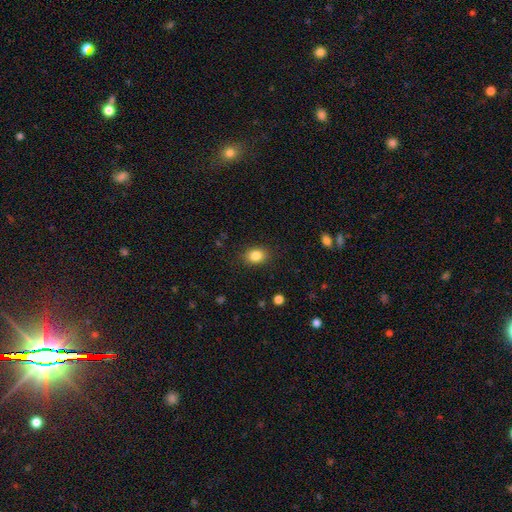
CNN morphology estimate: Q: Smooth or featured?
A: smooth (84%); runner-up: star or artifact (10%)
Q: How rounded?
A: in between (55%); runner-up: round (44%)
Q: Merging?
A: none (87%); runner-up: minor disturbance (9%)